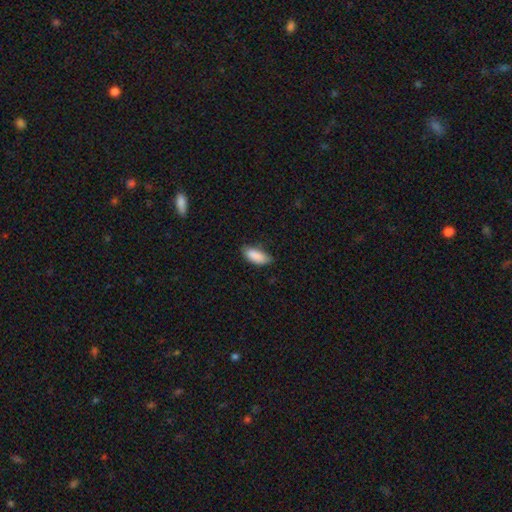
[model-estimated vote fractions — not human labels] The model was most divided on "merging": none: 69%, minor disturbance: 26%, major disturbance: 4%, merger: 1%. More confident: smooth or featured — smooth (88%); how rounded — in between (87%).